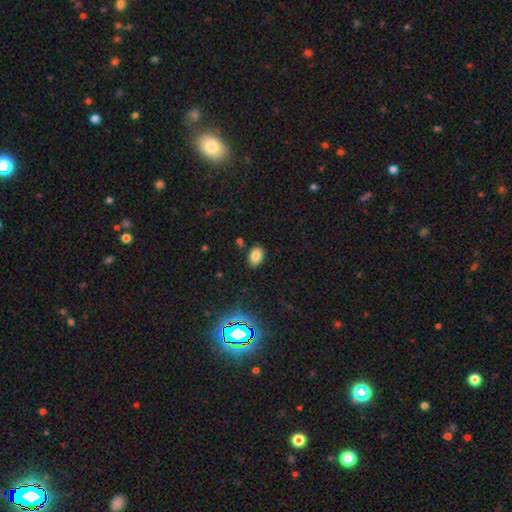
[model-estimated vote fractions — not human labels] This is clearly a smooth galaxy (82%). How rounded: clearly in between (85%). Merging: clearly none (85%).